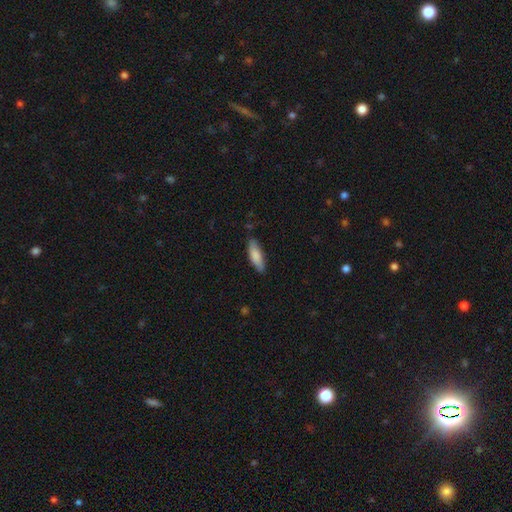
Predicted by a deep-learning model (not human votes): Smooth or featured? smooth (82%)
How rounded? in between (55%)
Merging? none (80%)